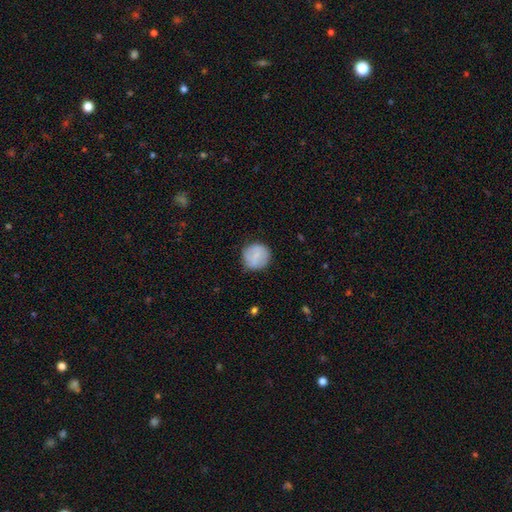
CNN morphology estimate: Overall: smooth (76%). How rounded: round (91%). Merging: none (81%).